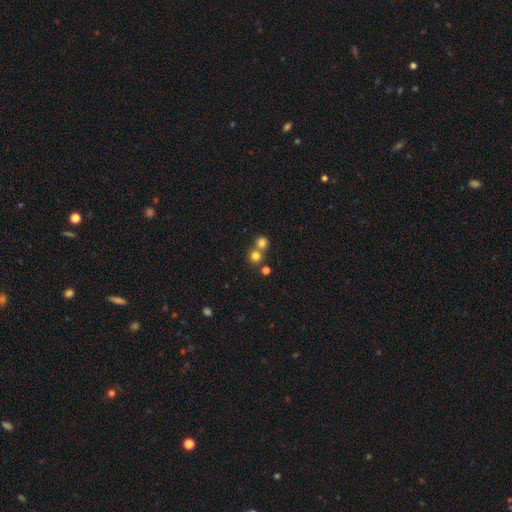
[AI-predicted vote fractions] A smooth galaxy with no disk features (77%) that is round (90%).

Vote fractions:
- Smooth or featured? smooth: 77% / star or artifact: 15% / featured or disk: 8%
- How rounded? round: 90% / in between: 9% / cigar-shaped: 1%
- Merging? none: 53% / merger: 39% / minor disturbance: 5% / major disturbance: 2%